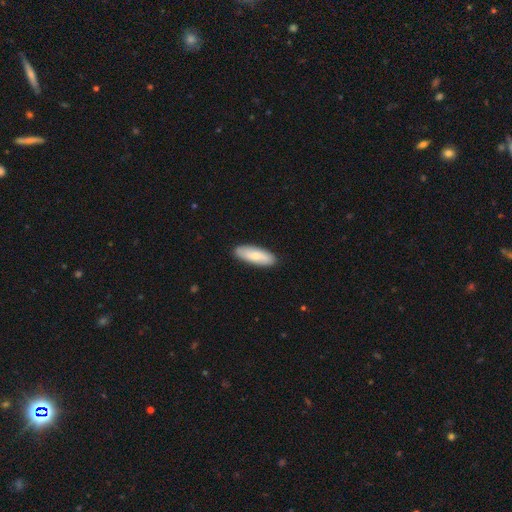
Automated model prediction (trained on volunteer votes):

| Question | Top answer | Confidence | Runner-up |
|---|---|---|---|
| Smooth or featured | smooth | 73% | featured or disk (22%) |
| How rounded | in between | 62% | cigar-shaped (36%) |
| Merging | none | 89% | minor disturbance (8%) |